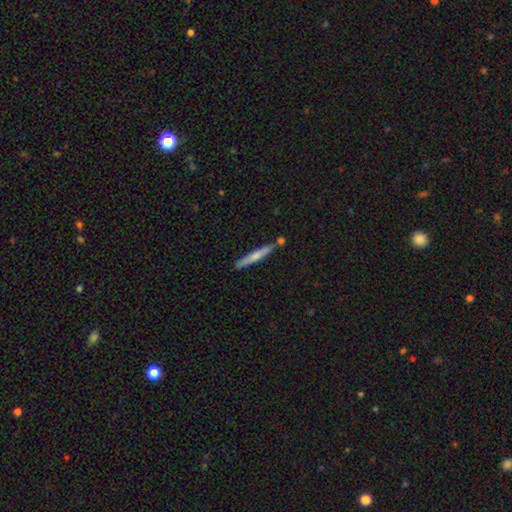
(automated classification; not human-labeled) Smooth or featured? smooth (58%)
How rounded? cigar-shaped (95%)
Merging? none (78%)